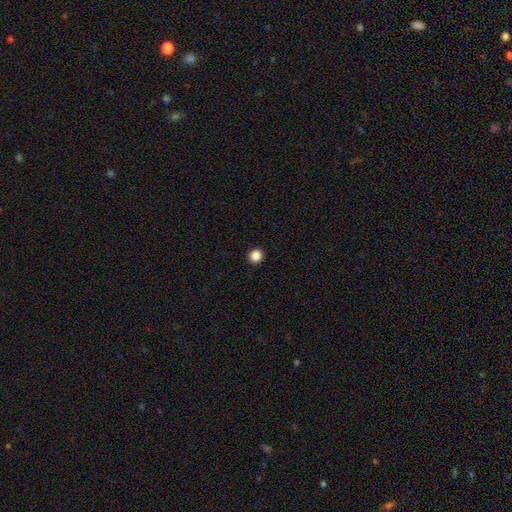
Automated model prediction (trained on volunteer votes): A smooth galaxy with no disk features (86%) that is round (92%).

Vote fractions:
- Smooth or featured? smooth: 86% / star or artifact: 11% / featured or disk: 3%
- How rounded? round: 92% / in between: 7% / cigar-shaped: 1%
- Merging? none: 94% / minor disturbance: 4% / major disturbance: 1% / merger: 1%